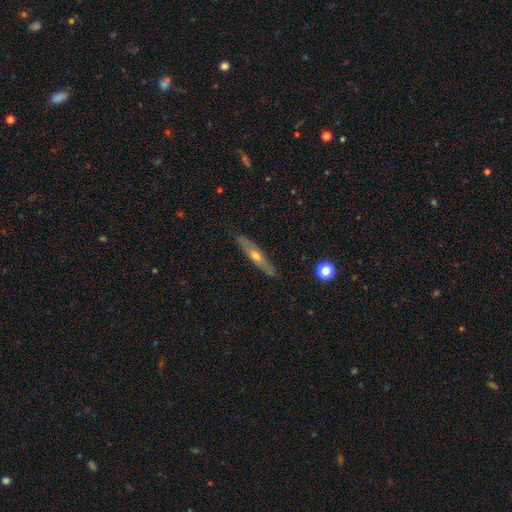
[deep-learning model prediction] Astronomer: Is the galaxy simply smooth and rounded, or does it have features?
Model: featured or disk — 60%.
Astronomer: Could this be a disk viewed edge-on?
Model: yes — 86%.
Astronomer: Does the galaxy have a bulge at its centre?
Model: rounded — 83%.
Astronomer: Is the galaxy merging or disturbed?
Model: none — 88%.